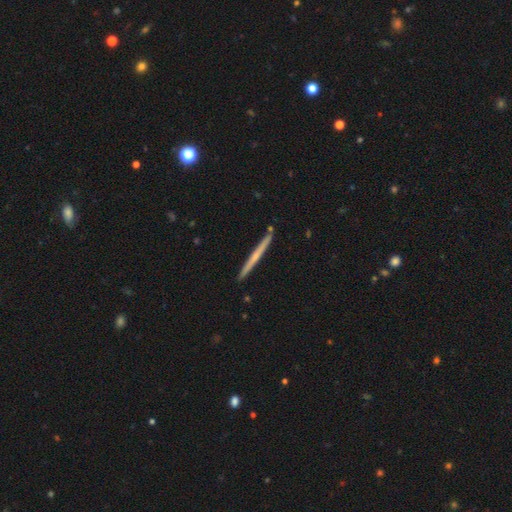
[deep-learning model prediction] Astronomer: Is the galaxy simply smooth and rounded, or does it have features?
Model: featured or disk — 56% (runner-up: smooth, 38%).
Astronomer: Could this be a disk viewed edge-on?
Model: yes — 98%.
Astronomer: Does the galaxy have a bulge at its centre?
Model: none — 66%.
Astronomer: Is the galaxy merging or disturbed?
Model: none — 92%.